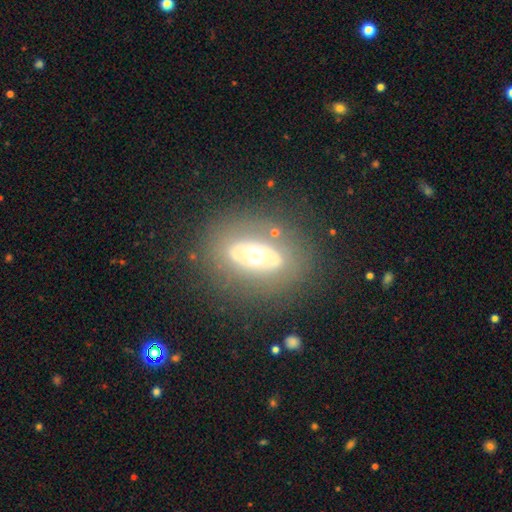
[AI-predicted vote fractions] The model was most divided on "smooth or featured": featured or disk: 58%, smooth: 33%, star or artifact: 8%. More confident: edge-on disk — no (90%); spiral arms — no (84%); merging — none (79%); bar — no (78%); bulge size — moderate (65%).